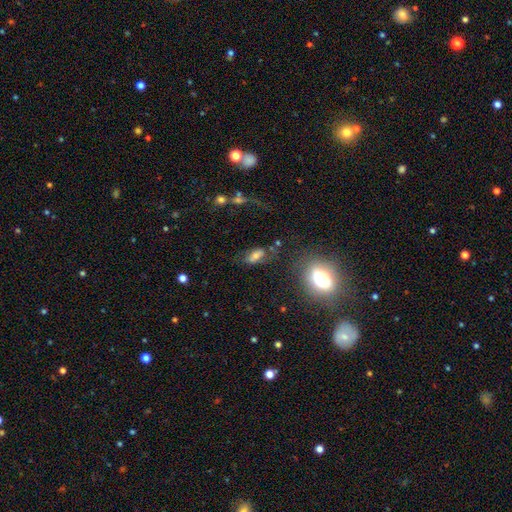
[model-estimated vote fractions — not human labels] smooth_or_featured: smooth (p=0.55) [alt: featured or disk p=0.28]
how_rounded: in between (p=0.81) [alt: cigar-shaped p=0.13]
merging: none (p=0.56) [alt: minor disturbance p=0.21]